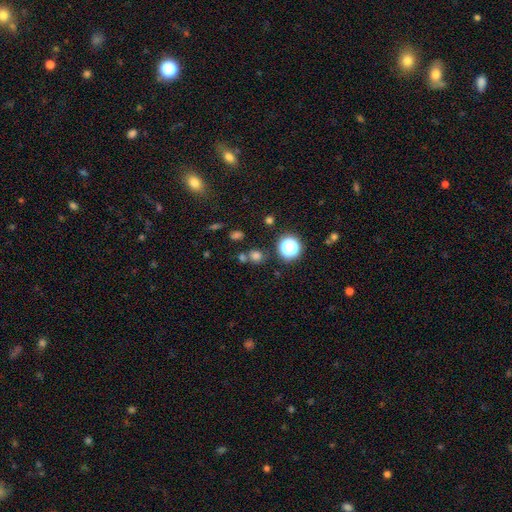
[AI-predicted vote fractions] smooth 68%, star or artifact 26%, featured or disk 6%. Down the decision tree: how rounded — round (82%); merging — none (67%).